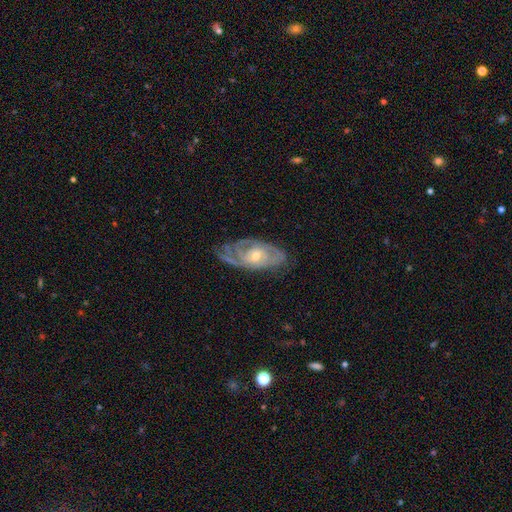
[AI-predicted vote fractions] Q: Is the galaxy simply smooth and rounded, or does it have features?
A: featured or disk — 81%.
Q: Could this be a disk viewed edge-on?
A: no — 92%.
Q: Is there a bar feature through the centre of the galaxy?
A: no — 73%.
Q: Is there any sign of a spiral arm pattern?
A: yes — 90%.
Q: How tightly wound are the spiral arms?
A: tight — 61%.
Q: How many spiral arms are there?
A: can't tell — 37%.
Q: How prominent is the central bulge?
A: small — 48%, tied with moderate.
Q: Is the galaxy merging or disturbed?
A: none — 64%.